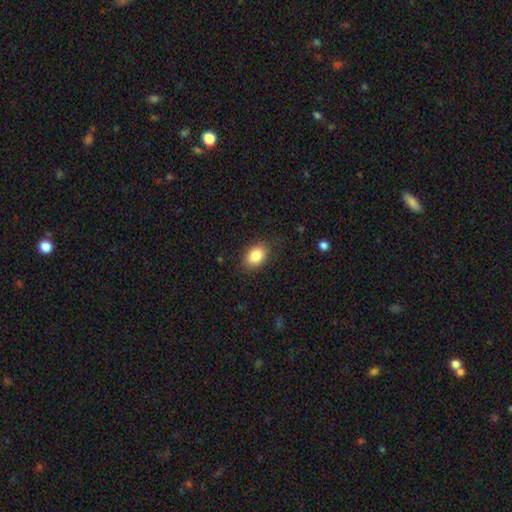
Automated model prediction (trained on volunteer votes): The model was most divided on "how rounded": in between: 82%, round: 17%, cigar-shaped: 1%. More confident: smooth or featured — smooth (86%); merging — none (83%).